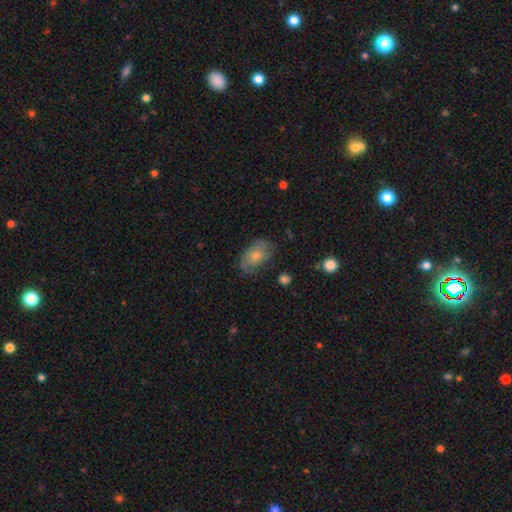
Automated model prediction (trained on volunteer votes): Overall: smooth (46%; featured or disk 44%). Merging: none (68%).